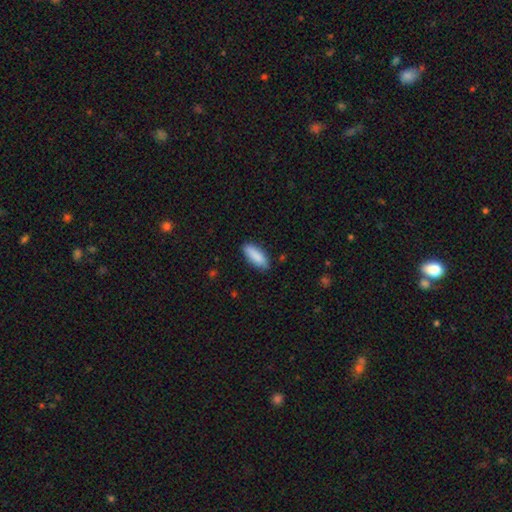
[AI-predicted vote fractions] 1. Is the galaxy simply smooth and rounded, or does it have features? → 89% smooth, 6% star or artifact, 5% featured or disk.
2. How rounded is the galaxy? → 69% in between, 29% cigar-shaped, 2% round.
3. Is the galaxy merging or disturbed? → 85% none, 11% minor disturbance, 2% major disturbance, 1% merger.